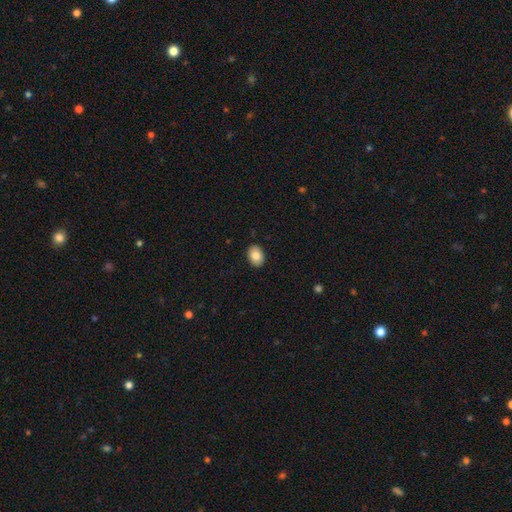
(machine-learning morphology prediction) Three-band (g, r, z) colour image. It shows a smooth galaxy with no disk features (86%) that is in between round and cigar-shaped (77%). Merging: none (90%).